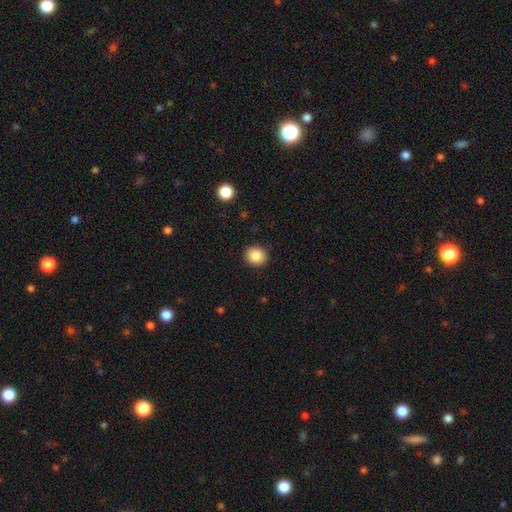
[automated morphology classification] Smooth or featured? Predicted: smooth (p=0.86). How rounded? Predicted: round (p=0.82). Merging? Predicted: none (p=0.91).